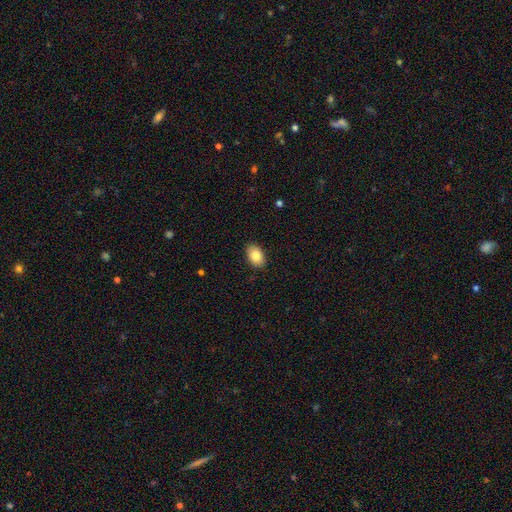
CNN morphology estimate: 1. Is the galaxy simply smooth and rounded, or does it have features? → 84% smooth, 8% featured or disk, 7% star or artifact.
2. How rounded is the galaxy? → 86% in between, 13% round, 1% cigar-shaped.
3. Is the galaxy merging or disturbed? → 89% none, 8% minor disturbance, 2% major disturbance, 1% merger.